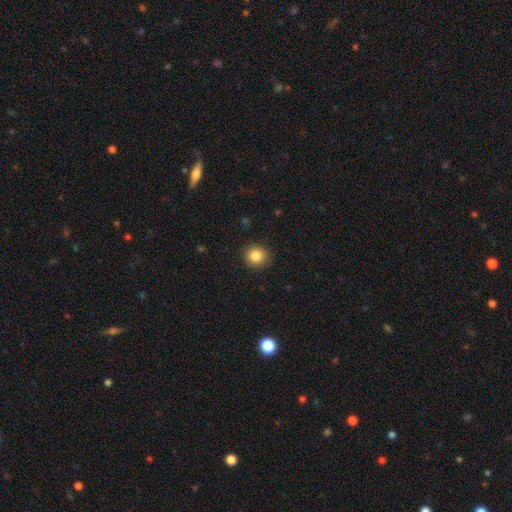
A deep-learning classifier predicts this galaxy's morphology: smooth 85%, star or artifact 9%, featured or disk 5%. Down the decision tree: how rounded — round (85%); merging — none (90%).